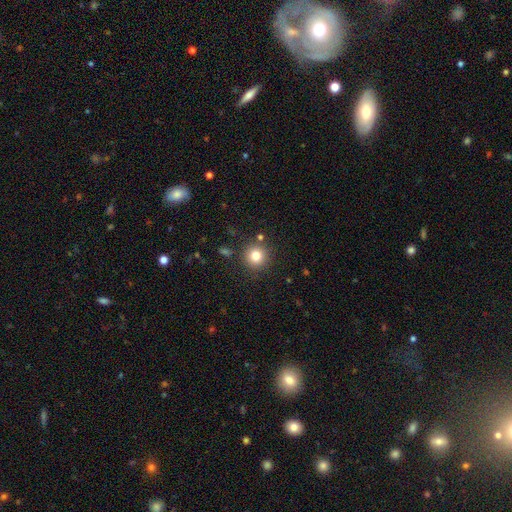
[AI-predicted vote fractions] Smooth or featured?
  - smooth: 80% *
  - star or artifact: 12%
  - featured or disk: 7%
How rounded?
  - round: 94% *
  - in between: 5%
  - cigar-shaped: 1%
Merging?
  - none: 87% *
  - minor disturbance: 7%
  - merger: 4%
  - major disturbance: 3%